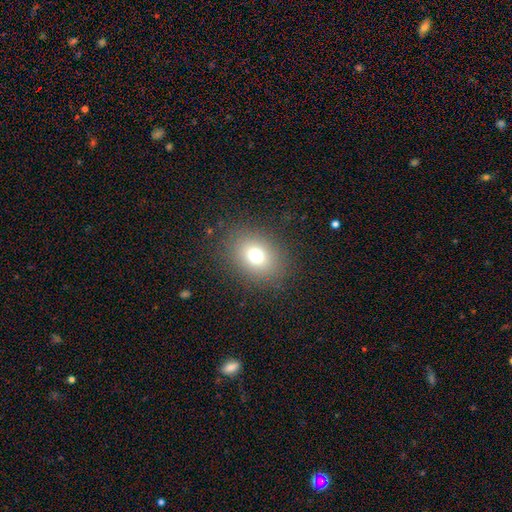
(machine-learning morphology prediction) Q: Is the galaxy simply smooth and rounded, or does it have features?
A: smooth — 72%.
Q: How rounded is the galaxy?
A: in between — 52%.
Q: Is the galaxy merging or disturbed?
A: none — 85%.